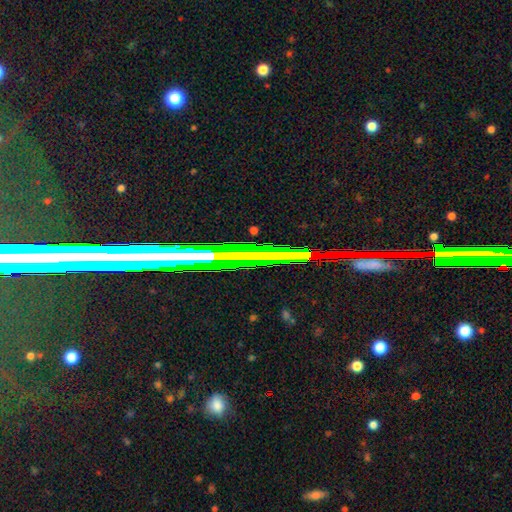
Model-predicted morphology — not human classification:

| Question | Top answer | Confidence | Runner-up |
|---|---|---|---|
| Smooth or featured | star or artifact | 54% | featured or disk (33%) |